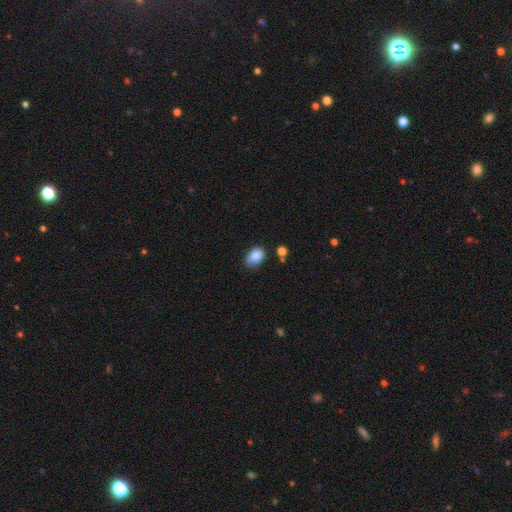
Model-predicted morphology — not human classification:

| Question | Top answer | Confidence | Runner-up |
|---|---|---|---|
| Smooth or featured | smooth | 86% | star or artifact (9%) |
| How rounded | in between | 81% | round (18%) |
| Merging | none | 57% | minor disturbance (32%) |